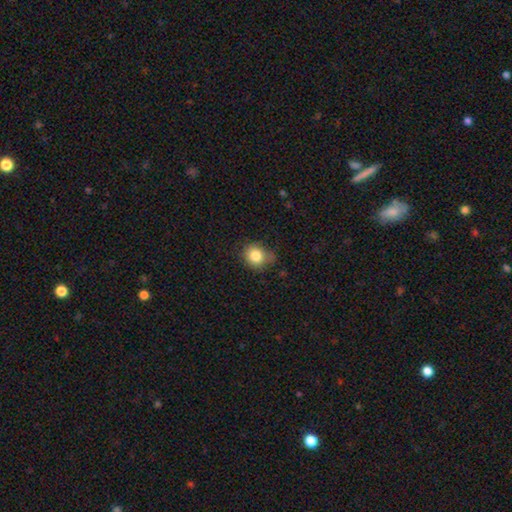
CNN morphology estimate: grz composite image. It shows a smooth galaxy with no disk features (83%) that is round (77%). Merging: none (69%).